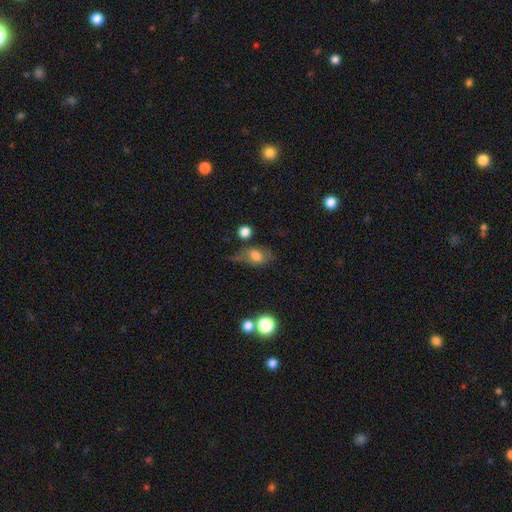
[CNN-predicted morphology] Smooth or featured? Predicted: smooth (p=0.65). How rounded? Predicted: in between (p=0.74). Merging? Predicted: none (p=0.40).